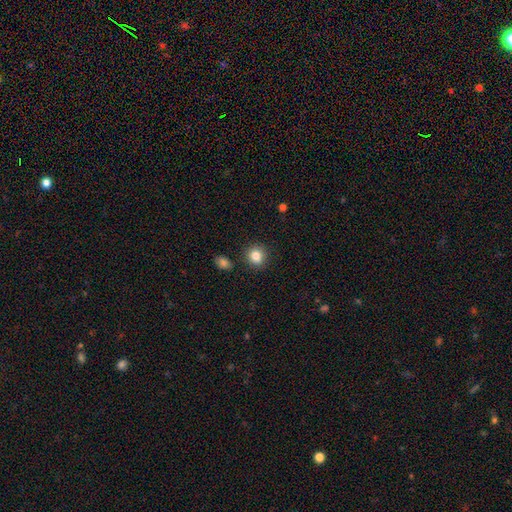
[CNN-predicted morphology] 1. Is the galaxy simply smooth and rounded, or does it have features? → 84% smooth, 10% star or artifact, 6% featured or disk.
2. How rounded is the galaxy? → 83% round, 16% in between, 1% cigar-shaped.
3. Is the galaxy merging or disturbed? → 87% none, 8% minor disturbance, 3% merger, 2% major disturbance.